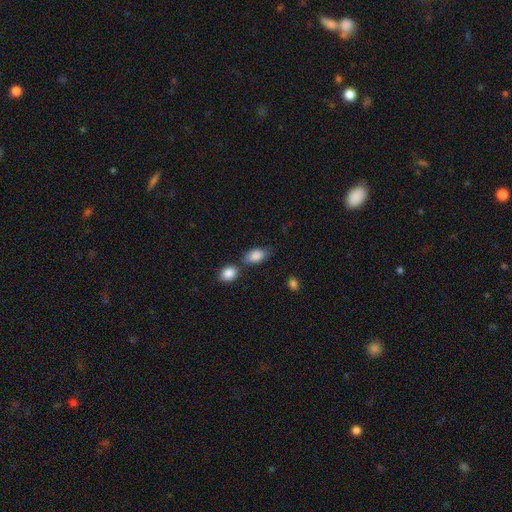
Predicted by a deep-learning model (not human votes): Smooth or featured? smooth (86%)
How rounded? in between (89%)
Merging? none (55%)